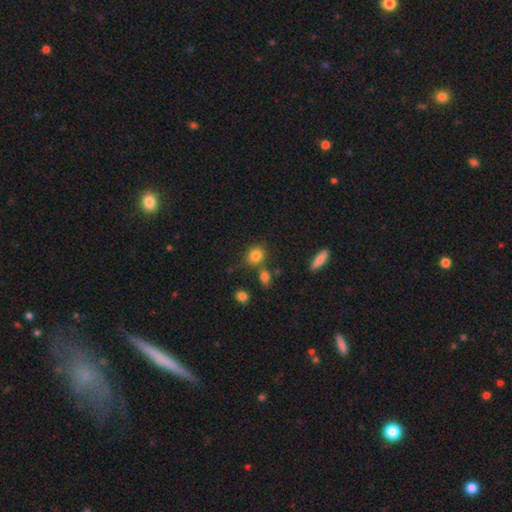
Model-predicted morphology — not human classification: This is clearly a smooth galaxy (83%). How rounded: likely round (69%). Merging: likely none (69%).